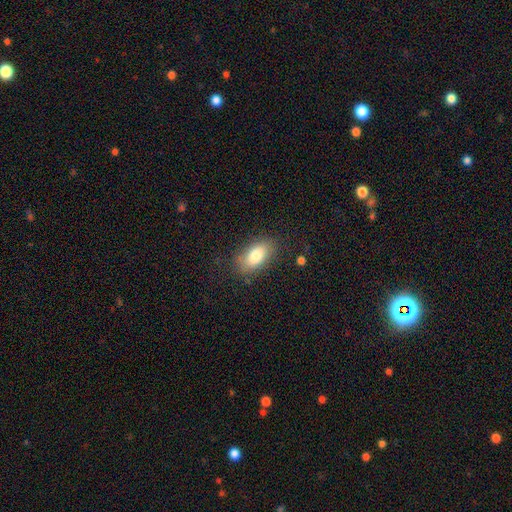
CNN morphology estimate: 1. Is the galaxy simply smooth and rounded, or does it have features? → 80% smooth, 12% featured or disk, 7% star or artifact.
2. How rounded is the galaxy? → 91% in between, 5% round, 4% cigar-shaped.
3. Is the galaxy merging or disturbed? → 81% none, 13% minor disturbance, 4% major disturbance, 1% merger.